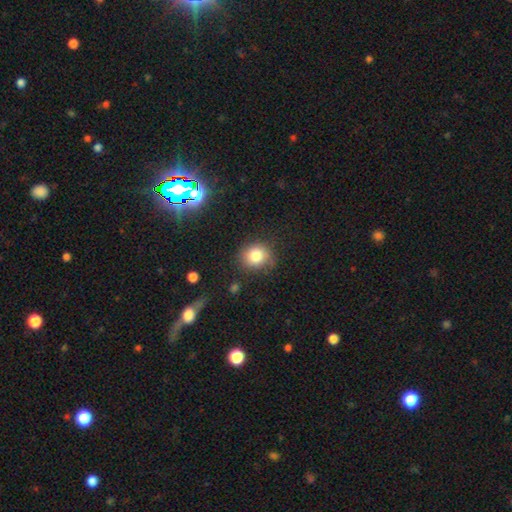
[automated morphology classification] The model was most divided on "how rounded": round: 77%, in between: 22%, cigar-shaped: 1%. More confident: smooth or featured — smooth (82%); merging — none (75%).